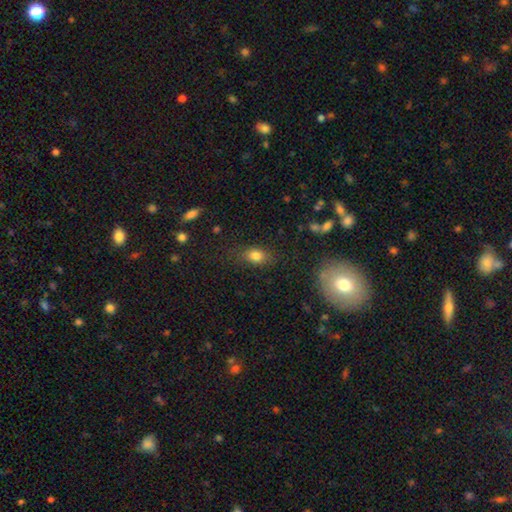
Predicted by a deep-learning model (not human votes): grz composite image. It shows a smooth galaxy with no disk features (80%) that is in between round and cigar-shaped (74%). Merging: none (78%).